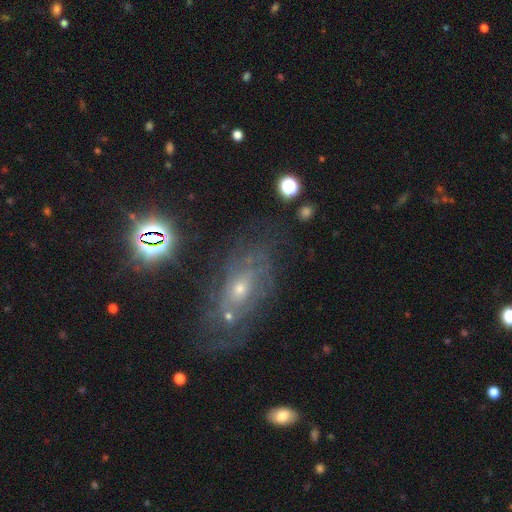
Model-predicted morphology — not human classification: featured or disk 59%, star or artifact 21%, smooth 20%. Down the decision tree: edge-on disk — no (85%); merging — none (73%).